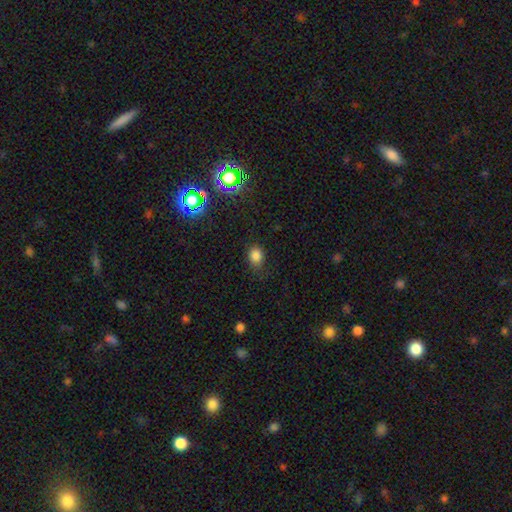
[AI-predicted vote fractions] The model was most divided on "how rounded": in between: 53%, round: 46%, cigar-shaped: 1%. More confident: smooth or featured — smooth (81%); merging — none (74%).